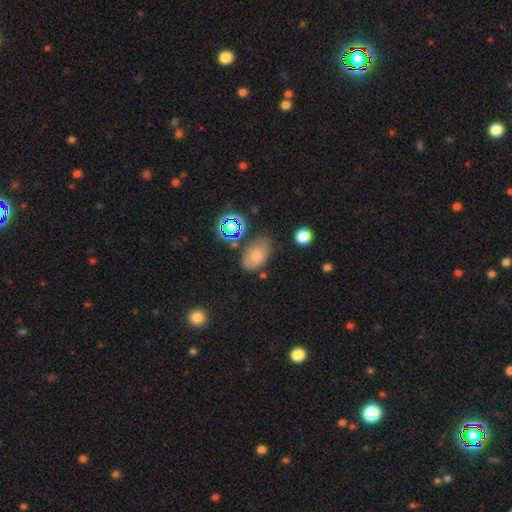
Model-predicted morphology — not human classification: A smooth galaxy with no disk features (71%) that is in between round and cigar-shaped (88%).

Vote fractions:
- Smooth or featured? smooth: 71% / featured or disk: 16% / star or artifact: 13%
- How rounded? in between: 88% / round: 11% / cigar-shaped: 1%
- Merging? none: 62% / minor disturbance: 24% / major disturbance: 8% / merger: 6%